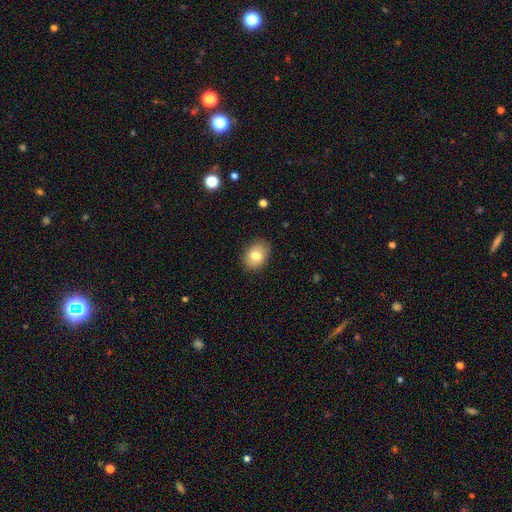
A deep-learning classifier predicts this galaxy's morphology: A smooth galaxy with no disk features (78%) that is in between round and cigar-shaped (63%).

Vote fractions:
- Smooth or featured? smooth: 78% / featured or disk: 13% / star or artifact: 8%
- How rounded? in between: 63% / round: 36% / cigar-shaped: 1%
- Merging? none: 85% / minor disturbance: 12% / major disturbance: 3% / merger: 1%